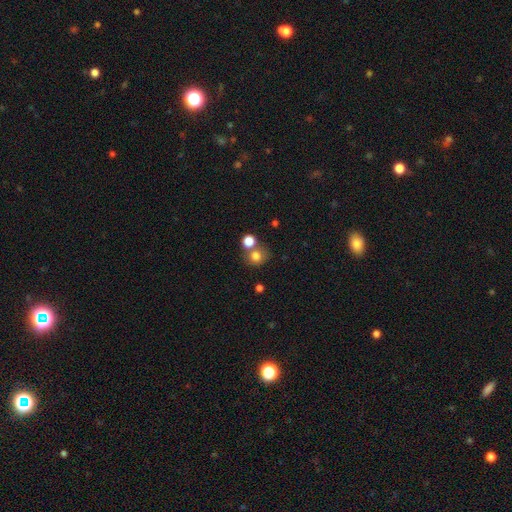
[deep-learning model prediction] Smooth or featured? Predicted: smooth (p=0.77). How rounded? Predicted: round (p=0.81). Merging? Predicted: none (p=0.54).